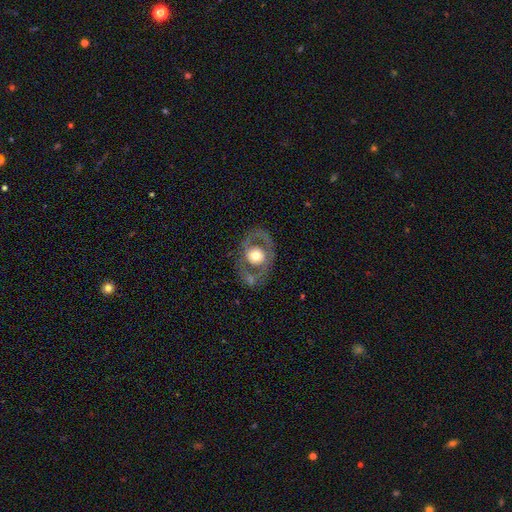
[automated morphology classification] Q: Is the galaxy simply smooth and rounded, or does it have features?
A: featured or disk — 61%.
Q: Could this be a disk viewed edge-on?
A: no — 94%.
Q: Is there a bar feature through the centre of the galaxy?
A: no — 83%.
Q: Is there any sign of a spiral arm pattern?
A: no — 72%.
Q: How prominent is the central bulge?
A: moderate — 57%.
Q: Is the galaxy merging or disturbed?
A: none — 68%.